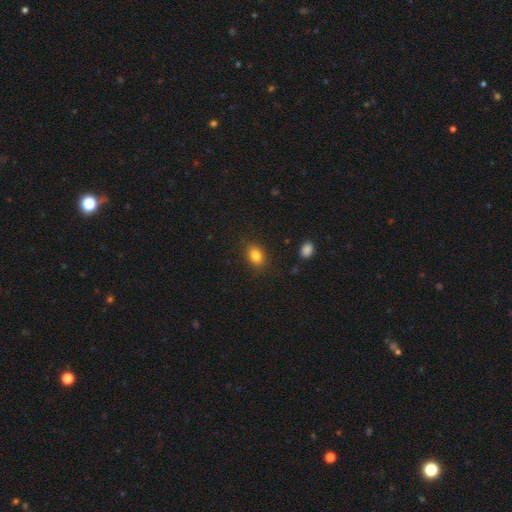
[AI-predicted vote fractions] smooth_or_featured: smooth (p=0.83) [alt: star or artifact p=0.10]
how_rounded: in between (p=0.69) [alt: round p=0.30]
merging: none (p=0.87) [alt: minor disturbance p=0.09]